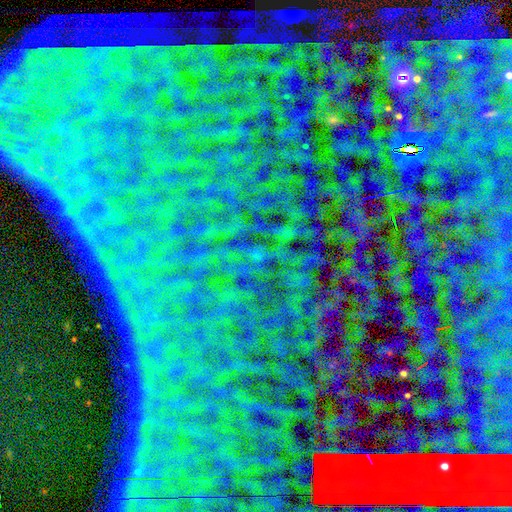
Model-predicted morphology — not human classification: This is clearly a star or artifact rather than a galaxy (85%).